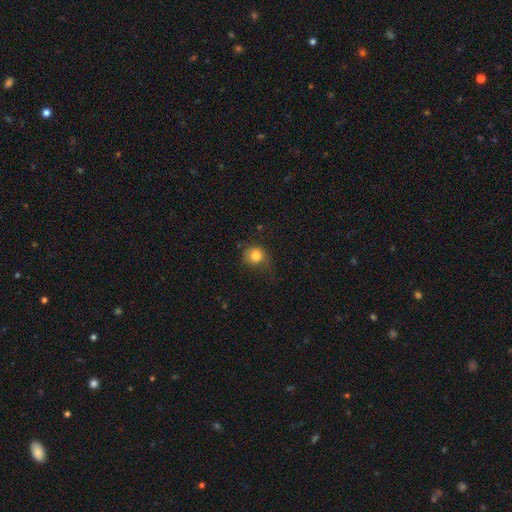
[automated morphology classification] Overall: smooth (82%). How rounded: round (80%). Merging: none (54%; minor disturbance 31%).